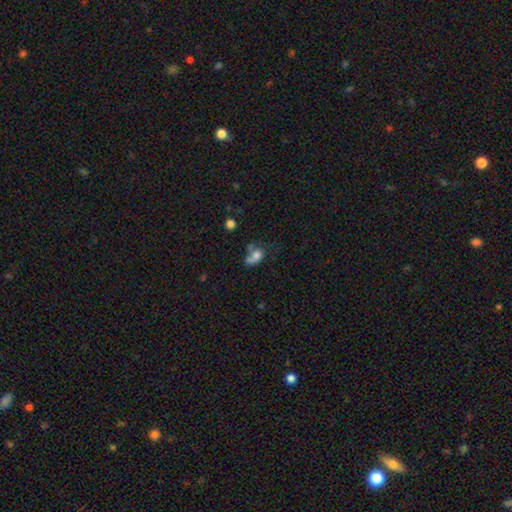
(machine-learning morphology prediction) Overall: smooth (67%). How rounded: in between (66%; round 31%). Merging: merger (29%; major disturbance 27%).